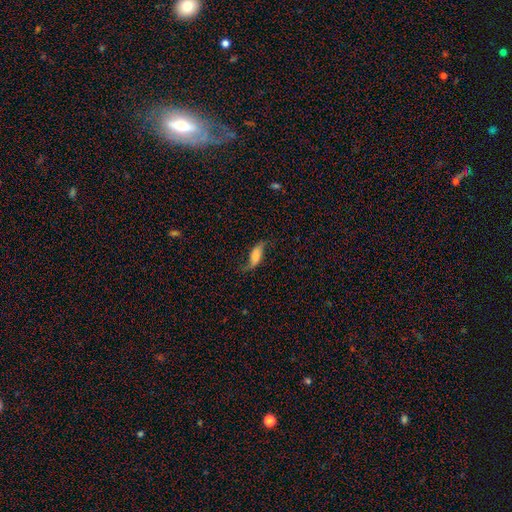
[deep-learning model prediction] A featured or disk galaxy (58%).

Vote fractions:
- Smooth or featured? featured or disk: 58% / smooth: 33% / star or artifact: 9%
- Edge-on disk? no: 85% / yes: 15%
- Merging? none: 66% / minor disturbance: 21% / major disturbance: 12% / merger: 2%